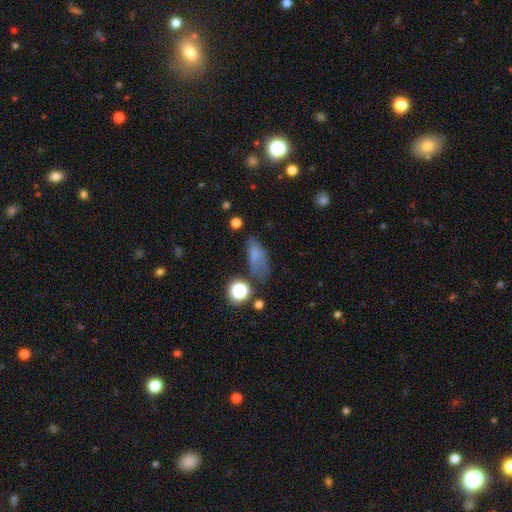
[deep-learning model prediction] The model was most divided on "merging": none: 48%, minor disturbance: 28%, major disturbance: 18%, merger: 6%. More confident: how rounded — in between (75%); smooth or featured — smooth (69%).